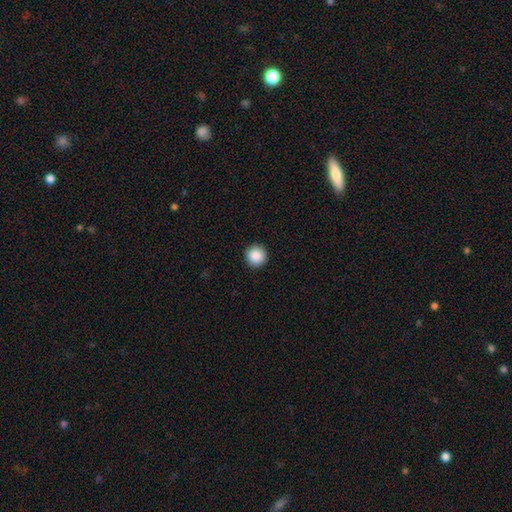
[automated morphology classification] smooth_or_featured: smooth (p=0.88) [alt: star or artifact p=0.09]
how_rounded: round (p=0.96) [alt: in between p=0.03]
merging: none (p=0.93) [alt: minor disturbance p=0.04]